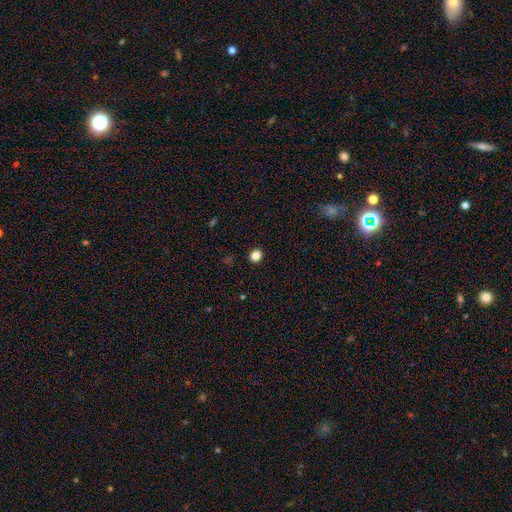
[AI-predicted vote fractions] Overall: smooth (84%). How rounded: round (78%). Merging: none (92%).